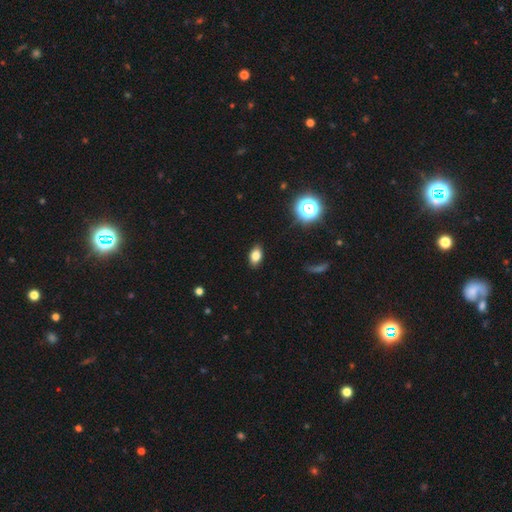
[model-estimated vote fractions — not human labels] Q: Smooth or featured?
A: smooth (80%); runner-up: star or artifact (12%)
Q: How rounded?
A: in between (87%); runner-up: round (11%)
Q: Merging?
A: none (88%); runner-up: minor disturbance (9%)